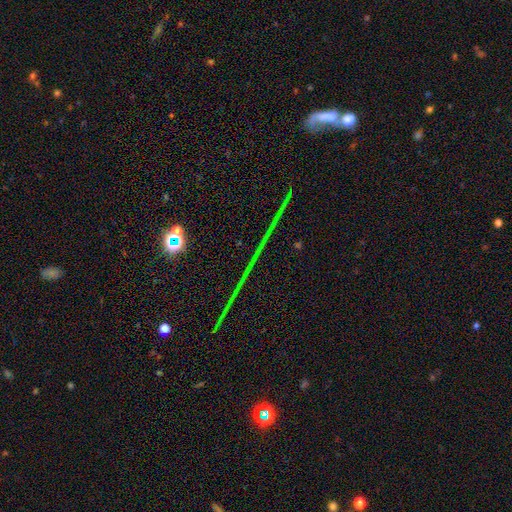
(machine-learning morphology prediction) A star or artifact, not a galaxy (73%).

Vote fractions:
- Smooth or featured? star or artifact: 73% / featured or disk: 14% / smooth: 13%